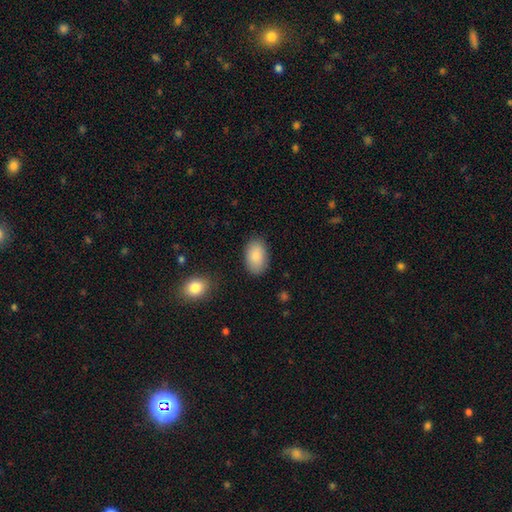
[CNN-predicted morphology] A smooth galaxy with no disk features (89%) that is in between round and cigar-shaped (93%). Merging: none (86%).